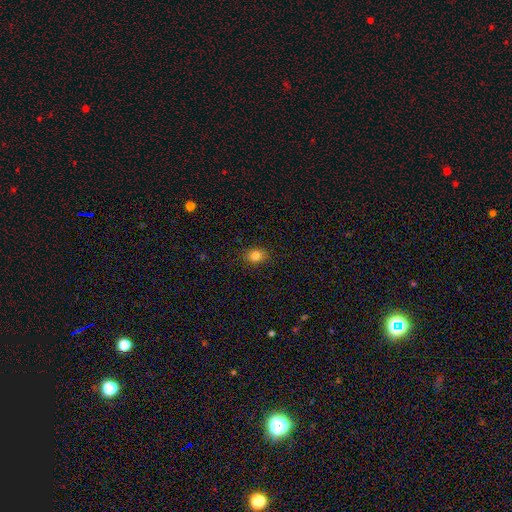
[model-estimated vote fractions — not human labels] Smooth or featured: smooth — 83% (star or artifact — 11%)
How rounded: round — 56% (in between — 43%)
Merging: none — 88% (minor disturbance — 9%)